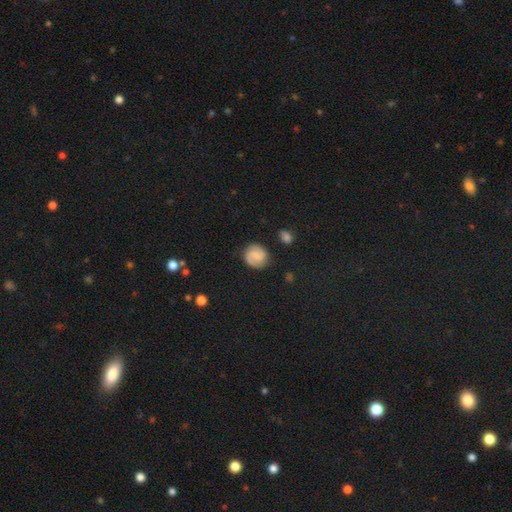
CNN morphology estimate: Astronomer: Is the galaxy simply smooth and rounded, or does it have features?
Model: featured or disk — 48% (runner-up: smooth, 44%).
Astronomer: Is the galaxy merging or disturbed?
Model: none — 80%.